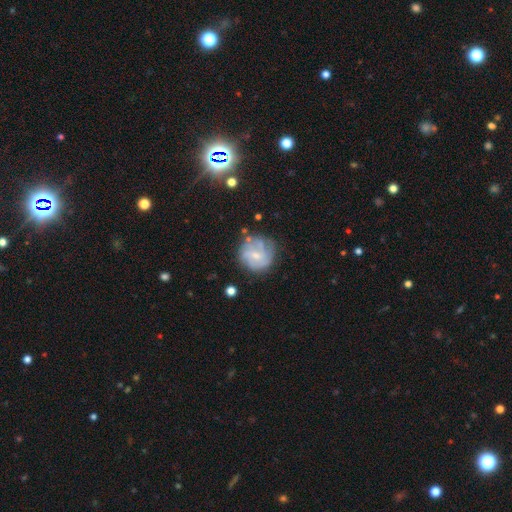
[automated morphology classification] This appears to be a featured or disk galaxy (61%) with no bar (48%), spiral arms (76%) and a small central bulge (59%). Merging: none (66%).